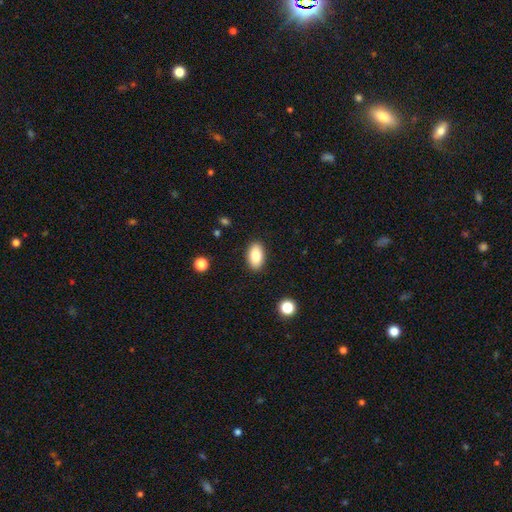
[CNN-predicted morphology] A smooth galaxy with no disk features (84%) that is in between round and cigar-shaped (93%). Merging: none (89%).